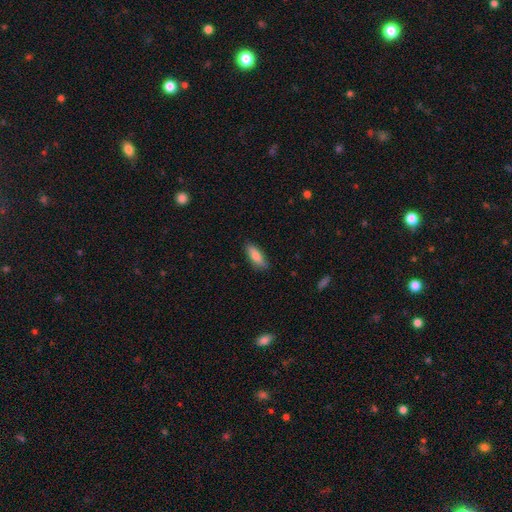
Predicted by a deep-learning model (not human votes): smooth_or_featured: smooth (p=0.83) [alt: featured or disk p=0.11]
how_rounded: in between (p=0.63) [alt: cigar-shaped p=0.35]
merging: none (p=0.86) [alt: minor disturbance p=0.11]